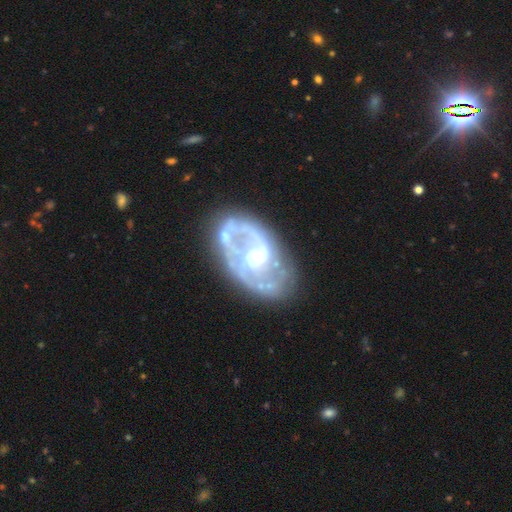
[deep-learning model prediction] The model was most divided on "spiral winding": medium: 44%, tight: 35%, loose: 21%. Remaining: edge-on disk — no (97%); spiral arms — yes (85%); smooth or featured — featured or disk (84%); merging — none (60%); bar — no (51%); spiral arm count — 2 (50%); bulge size — moderate (49%).